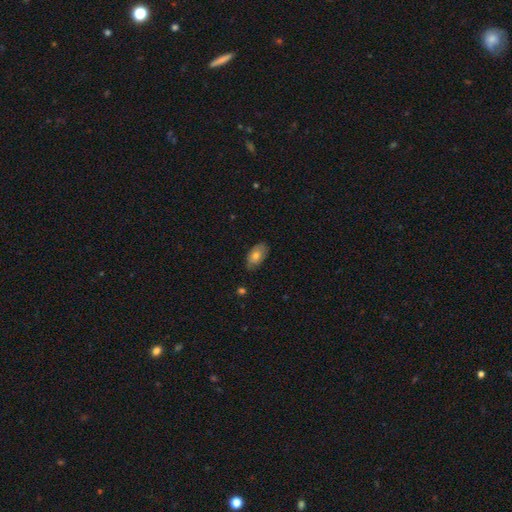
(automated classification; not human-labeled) A smooth galaxy with no disk features (73%) that is in between round and cigar-shaped (93%). Merging: none (78%).